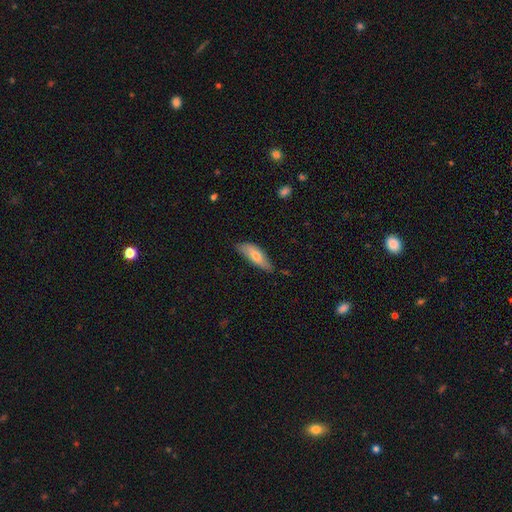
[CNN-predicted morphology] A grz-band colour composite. It shows a smooth galaxy with no disk features (66%) that is in between round and cigar-shaped (63%). Merging: none (61%).